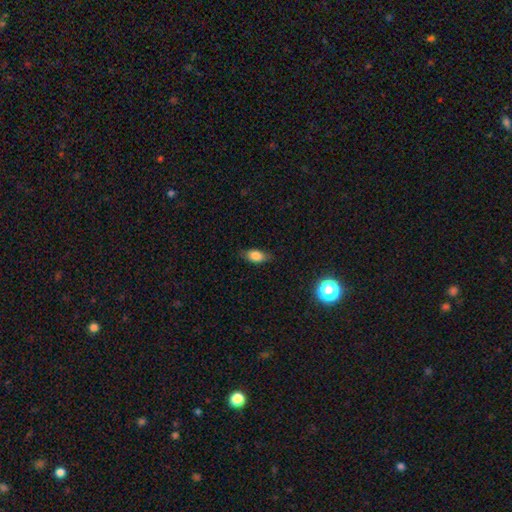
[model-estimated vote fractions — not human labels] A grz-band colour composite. It shows a smooth galaxy with no disk features (80%) that is in between round and cigar-shaped (85%). Merging: none (79%).